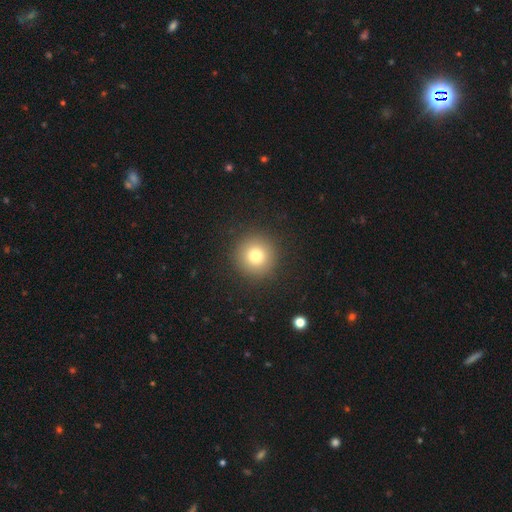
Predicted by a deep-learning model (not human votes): smooth-or-featured: smooth: 77% | star or artifact: 13% | featured or disk: 10%
  how-rounded: round: 95% | in between: 4% | cigar-shaped: 1%
  merging: none: 91% | minor disturbance: 5% | major disturbance: 3% | merger: 1%